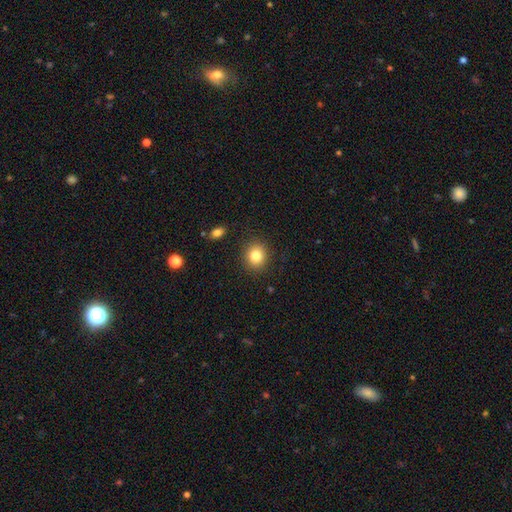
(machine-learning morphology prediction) Smooth or featured: smooth — 83% (star or artifact — 10%)
How rounded: round — 80% (in between — 19%)
Merging: none — 89% (minor disturbance — 8%)